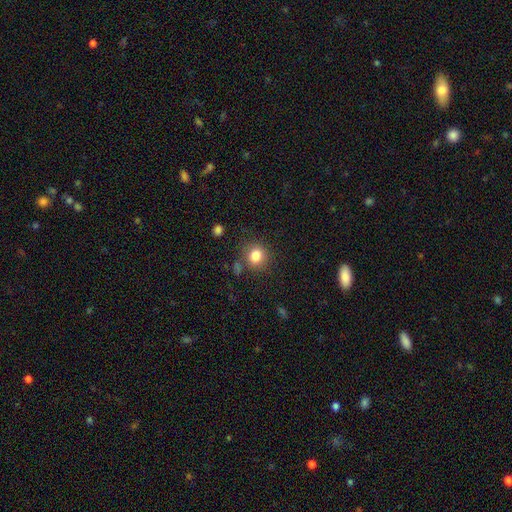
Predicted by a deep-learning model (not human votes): This appears to be a smooth galaxy with no disk features (82%) that is round (79%). Merging: none (79%).